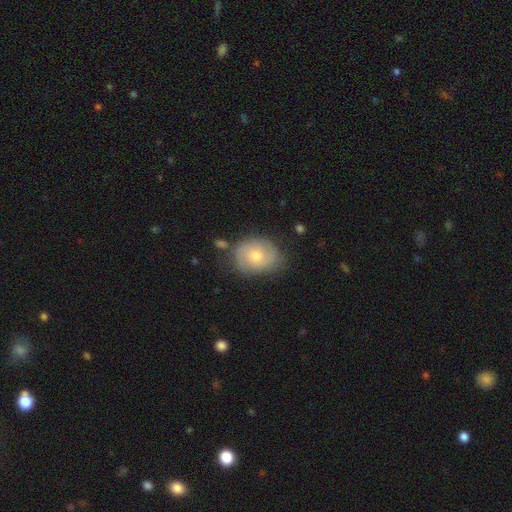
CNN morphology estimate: Overall: smooth (46%, tied with featured or disk). Merging: none (70%).